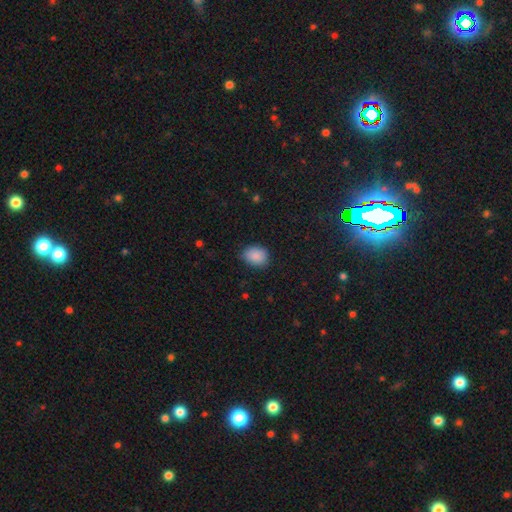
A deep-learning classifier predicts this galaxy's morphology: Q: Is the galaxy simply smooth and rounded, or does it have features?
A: smooth — 88%.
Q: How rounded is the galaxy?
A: in between — 65%.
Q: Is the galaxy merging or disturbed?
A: none — 76%.